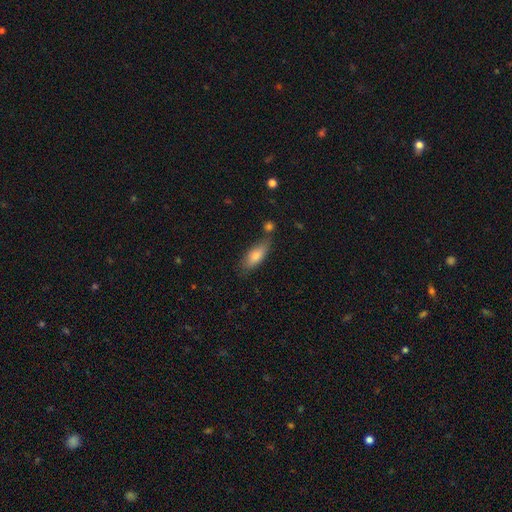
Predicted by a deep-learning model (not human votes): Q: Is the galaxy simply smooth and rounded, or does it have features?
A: smooth — 76%.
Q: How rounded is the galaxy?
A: in between — 69%.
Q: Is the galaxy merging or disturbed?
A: none — 70%.